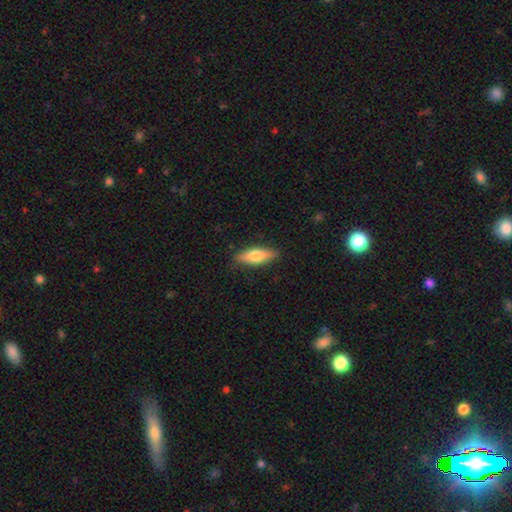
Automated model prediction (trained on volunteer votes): The model was most divided on "how rounded": in between: 54%, cigar-shaped: 44%, round: 3%. More confident: merging — none (86%); smooth or featured — smooth (63%).